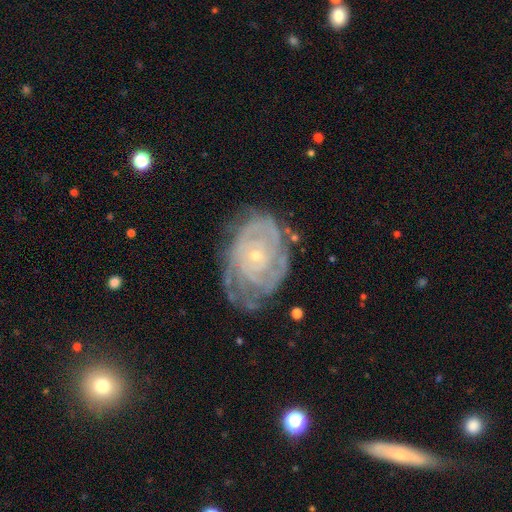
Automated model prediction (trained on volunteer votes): A featured or disk galaxy (86%) with no bar (79%), tight (79%) spiral arms (94%) and a small central bulge (80%).

Vote fractions:
- Smooth or featured? featured or disk: 86% / smooth: 8% / star or artifact: 6%
- Edge-on disk? no: 97% / yes: 3%
- Bar? no: 79% / weak: 16% / strong: 4%
- Spiral arms? yes: 94% / no: 6%
- Spiral winding? tight: 79% / medium: 17% / loose: 4%
- Spiral arm count? can't tell: 38% / 3: 16% / 4: 16% / 2: 16% / more than 4: 8% / 1: 6%
- Bulge size? small: 80% / moderate: 17% / none: 1% / large: 1% / dominant: 1%
- Merging? none: 66% / minor disturbance: 23% / major disturbance: 9% / merger: 2%